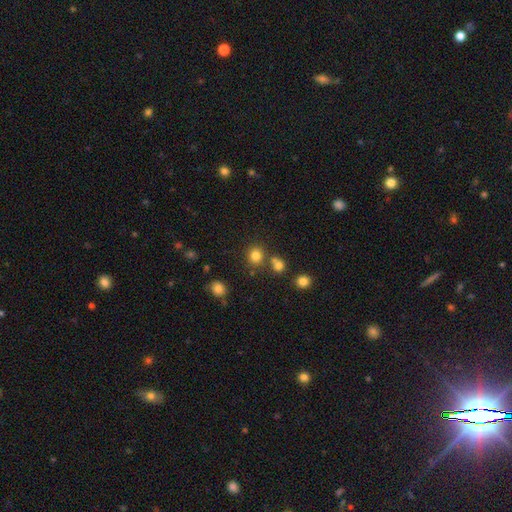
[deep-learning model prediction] This is likely a smooth galaxy (80%). How rounded: clearly round (85%). Merging: likely none (75%).